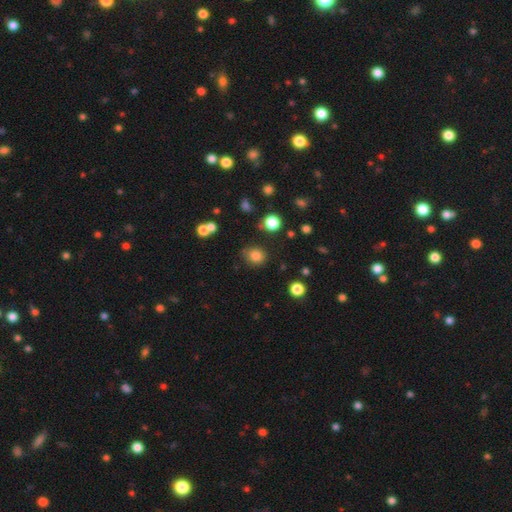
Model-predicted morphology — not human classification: The model was most divided on "how rounded": round: 78%, in between: 21%, cigar-shaped: 1%. More confident: smooth or featured — smooth (82%); merging — none (79%).